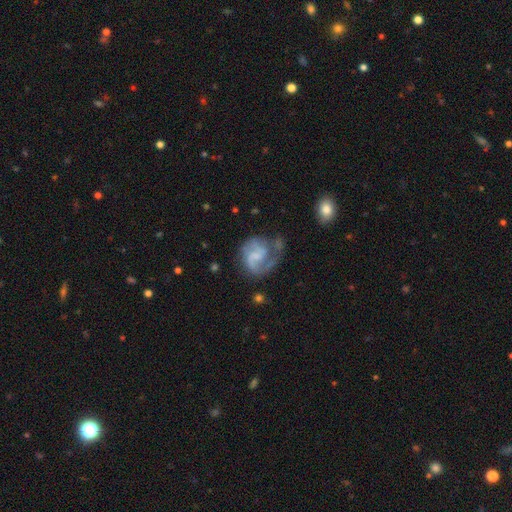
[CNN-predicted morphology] Smooth or featured?
  - featured or disk: 76% *
  - smooth: 18%
  - star or artifact: 7%
Edge-on disk?
  - no: 98% *
  - yes: 2%
Bar?
  - weak: 48% *
  - no: 40%
  - strong: 12%
Spiral arms?
  - yes: 91% *
  - no: 9%
Spiral winding?
  - medium: 48% *
  - tight: 28%
  - loose: 25%
Spiral arm count?
  - 2: 58% *
  - 1: 24%
  - can't tell: 11%
  - 3: 5%
  - 4: 2%
  - more than 4: 1%
Bulge size?
  - none: 41% *
  - small: 31%
  - moderate: 20%
  - large: 6%
  - dominant: 1%
Merging?
  - none: 45% *
  - major disturbance: 27%
  - minor disturbance: 23%
  - merger: 5%